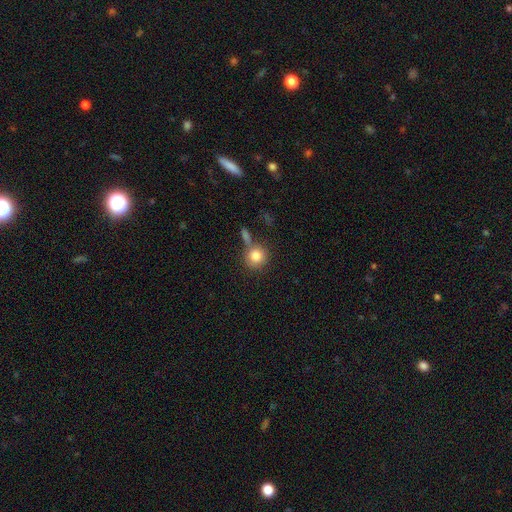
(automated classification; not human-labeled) The model was most divided on "merging": none: 64%, merger: 18%, minor disturbance: 12%, major disturbance: 5%. More confident: how rounded — round (90%); smooth or featured — smooth (82%).